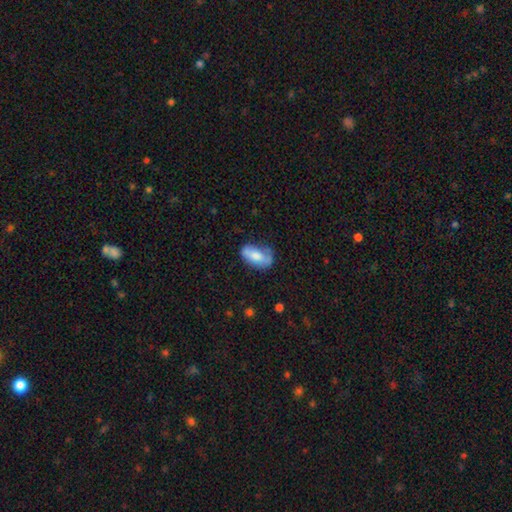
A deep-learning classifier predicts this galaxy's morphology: Q: Smooth or featured?
A: smooth (66%); runner-up: featured or disk (27%)
Q: How rounded?
A: in between (90%); runner-up: cigar-shaped (6%)
Q: Merging?
A: none (52%); runner-up: minor disturbance (31%)